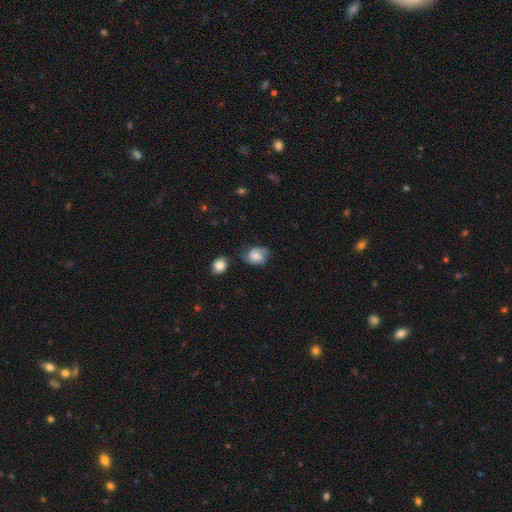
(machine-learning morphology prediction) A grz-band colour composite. It shows a smooth galaxy with no disk features (51%) that is in between round and cigar-shaped (58%). Merging: none (55%).